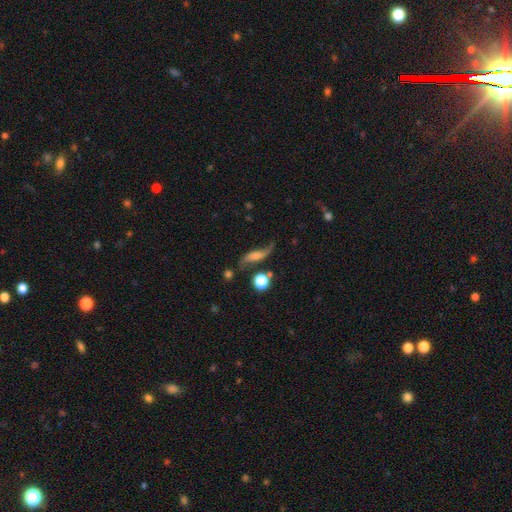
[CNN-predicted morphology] Smooth or featured: featured or disk — 67% (smooth — 23%)
Edge-on disk: no — 84% (yes — 16%)
Bar: no — 56% (weak — 30%)
Spiral arms: yes — 92% (no — 8%)
Spiral winding: loose — 89% (medium — 8%)
Spiral arm count: 2 — 89% (1 — 6%)
Bulge size: small — 37% (moderate — 31%)
Merging: none — 59% (minor disturbance — 21%)